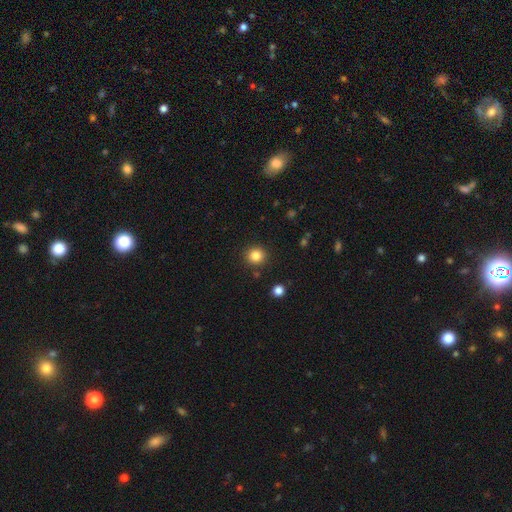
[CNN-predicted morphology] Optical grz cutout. It shows a smooth galaxy with no disk features (84%) that is round (90%). Merging: none (88%).